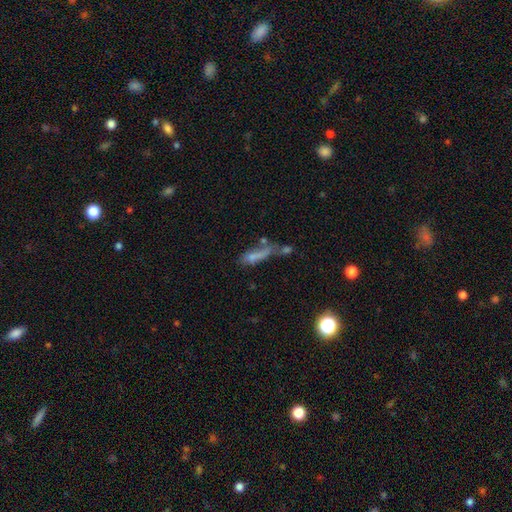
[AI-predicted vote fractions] Q: Smooth or featured?
A: smooth (58%); runner-up: featured or disk (27%)
Q: How rounded?
A: cigar-shaped (57%); runner-up: in between (39%)
Q: Merging?
A: merger (36%); runner-up: none (25%)